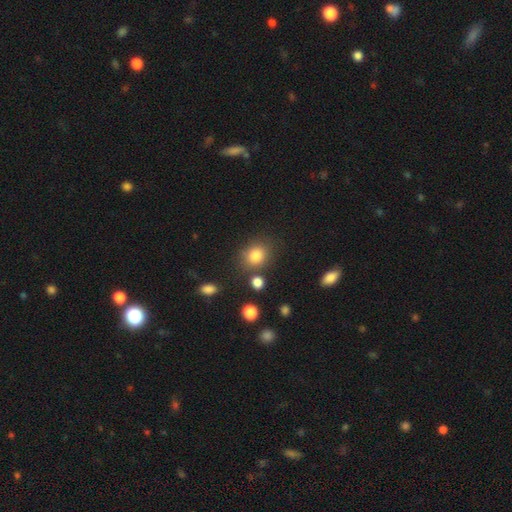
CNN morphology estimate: Q: Smooth or featured?
A: smooth (82%); runner-up: star or artifact (11%)
Q: How rounded?
A: round (68%); runner-up: in between (31%)
Q: Merging?
A: none (75%); runner-up: minor disturbance (12%)